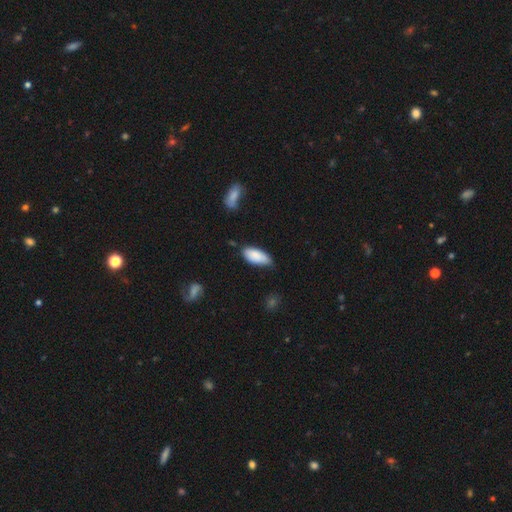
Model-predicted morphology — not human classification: smooth-or-featured: smooth: 85% | featured or disk: 9% | star or artifact: 6%
  how-rounded: in between: 87% | cigar-shaped: 12% | round: 2%
  merging: none: 57% | minor disturbance: 35% | major disturbance: 5% | merger: 3%